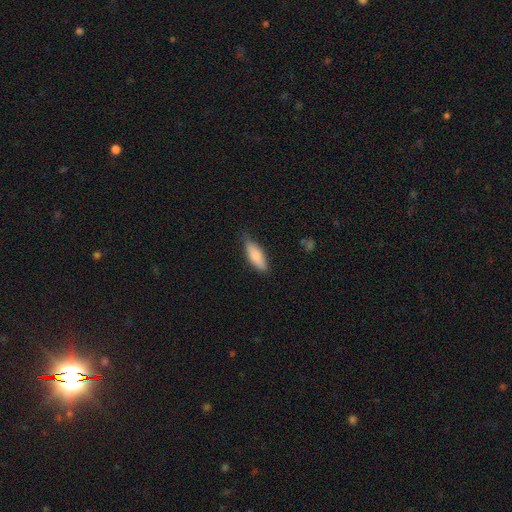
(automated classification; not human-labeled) Morphology: type=smooth (85%); roundness=in between (64%); merging=none (74%).